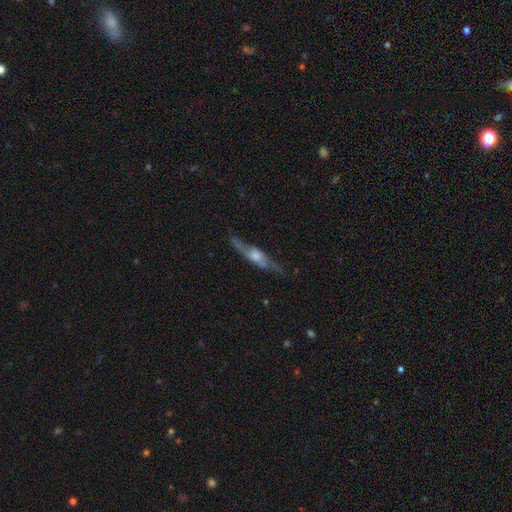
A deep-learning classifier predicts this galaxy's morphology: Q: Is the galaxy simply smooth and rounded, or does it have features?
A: featured or disk — 74%.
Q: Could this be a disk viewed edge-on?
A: yes — 82%.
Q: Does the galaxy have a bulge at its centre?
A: rounded — 82%.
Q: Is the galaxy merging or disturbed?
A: none — 75%.